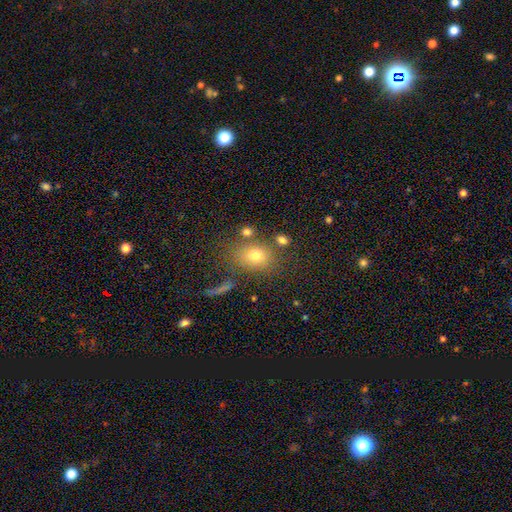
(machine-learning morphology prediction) A smooth galaxy with no disk features (72%) that is in between round and cigar-shaped (58%). Merging: none (70%).